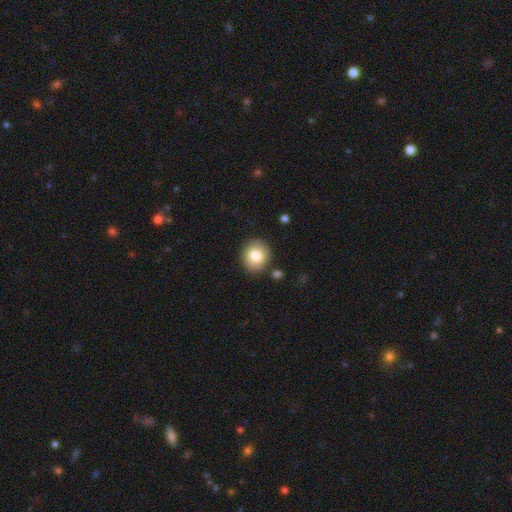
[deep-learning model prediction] Overall: smooth (81%). How rounded: round (74%). Merging: none (86%).